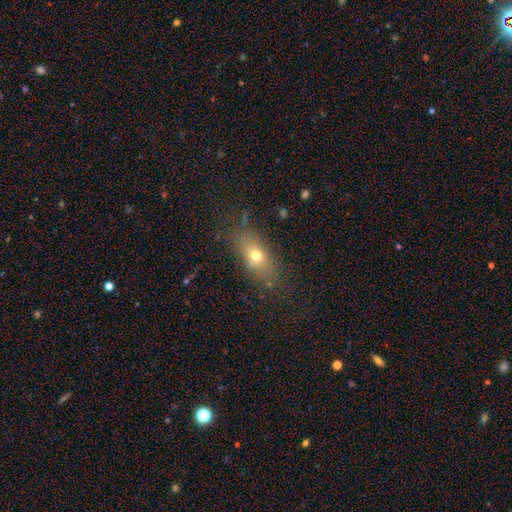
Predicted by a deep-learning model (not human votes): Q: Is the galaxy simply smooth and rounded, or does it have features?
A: smooth — 65%.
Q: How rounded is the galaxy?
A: in between — 71%.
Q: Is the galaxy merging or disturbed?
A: none — 76%.